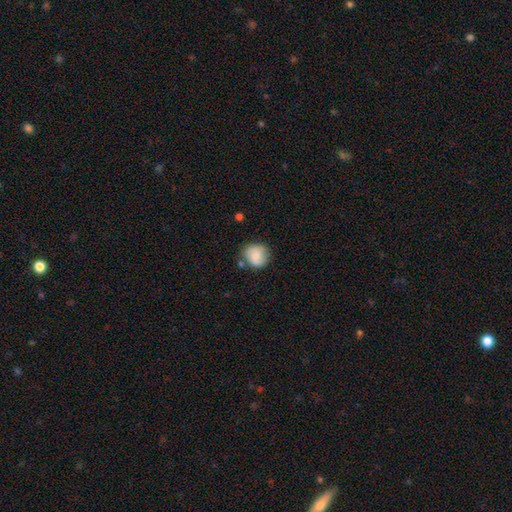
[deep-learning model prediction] Overall: smooth (73%). How rounded: round (81%). Merging: none (66%).